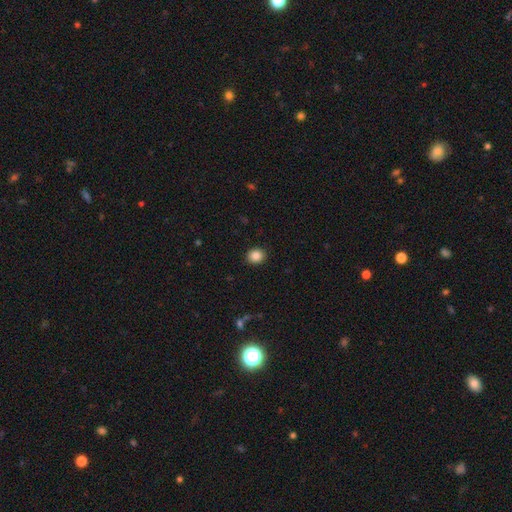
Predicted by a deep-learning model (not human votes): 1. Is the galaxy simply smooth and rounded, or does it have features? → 87% smooth, 9% star or artifact, 4% featured or disk.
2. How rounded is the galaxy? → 73% round, 26% in between, 1% cigar-shaped.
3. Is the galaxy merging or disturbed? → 91% none, 6% minor disturbance, 2% major disturbance, 1% merger.